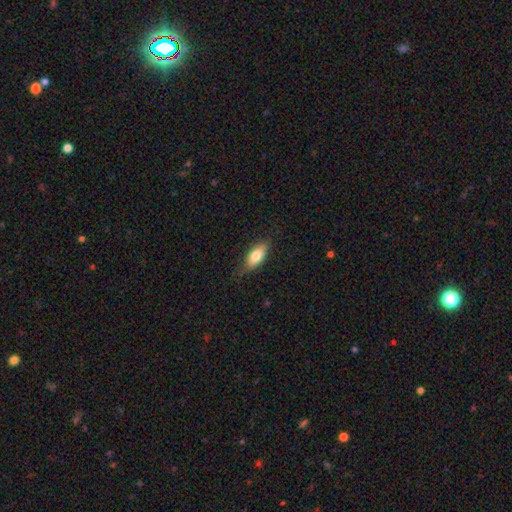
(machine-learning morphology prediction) type=smooth (73%); roundness=in between (80%); merging=none (72%).